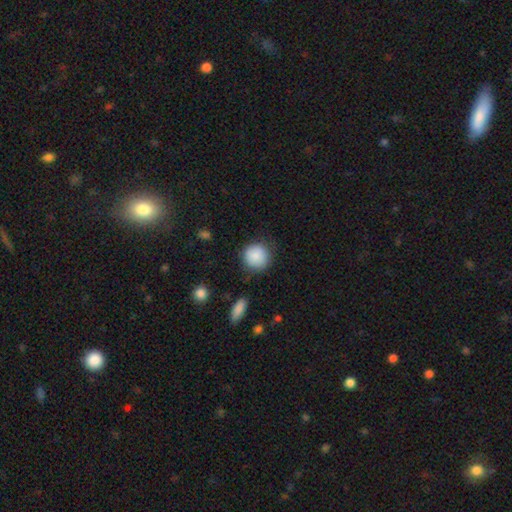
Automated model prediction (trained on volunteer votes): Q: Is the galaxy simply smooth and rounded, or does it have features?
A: smooth — 87%.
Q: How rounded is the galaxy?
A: round — 92%.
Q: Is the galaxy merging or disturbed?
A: none — 82%.